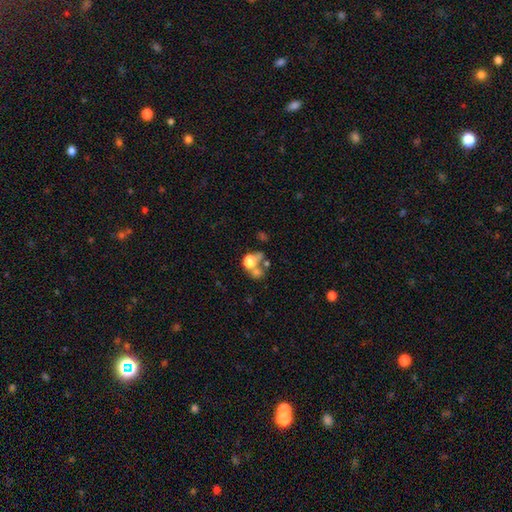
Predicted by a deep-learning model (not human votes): Overall: smooth (50%; star or artifact 28%). Merging: none (41%, tied with merger).